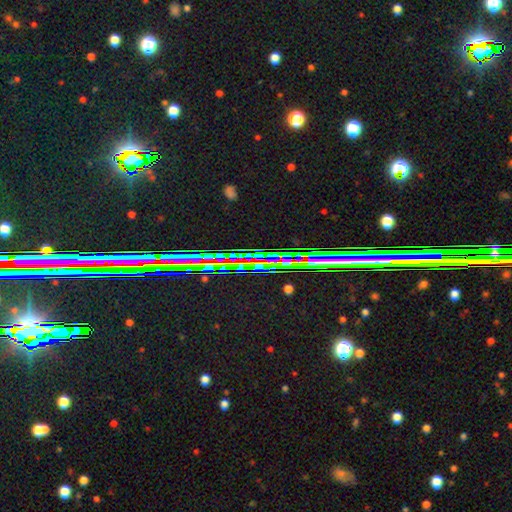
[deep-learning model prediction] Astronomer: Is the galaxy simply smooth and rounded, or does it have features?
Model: star or artifact — 70%.